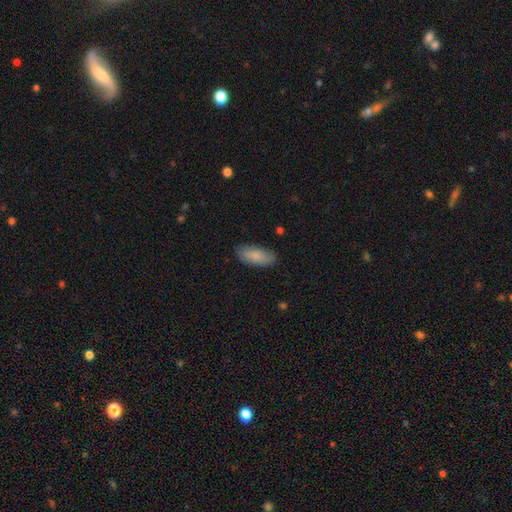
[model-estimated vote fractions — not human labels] Q: Smooth or featured?
A: smooth (83%); runner-up: featured or disk (11%)
Q: How rounded?
A: in between (85%); runner-up: cigar-shaped (13%)
Q: Merging?
A: none (82%); runner-up: minor disturbance (14%)